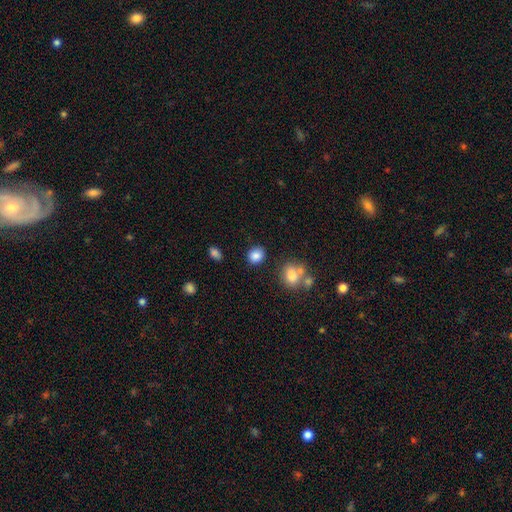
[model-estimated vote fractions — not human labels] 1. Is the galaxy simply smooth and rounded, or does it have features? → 86% smooth, 10% star or artifact, 4% featured or disk.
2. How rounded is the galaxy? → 63% round, 35% in between, 1% cigar-shaped.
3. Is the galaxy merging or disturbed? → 83% none, 10% minor disturbance, 4% merger, 3% major disturbance.